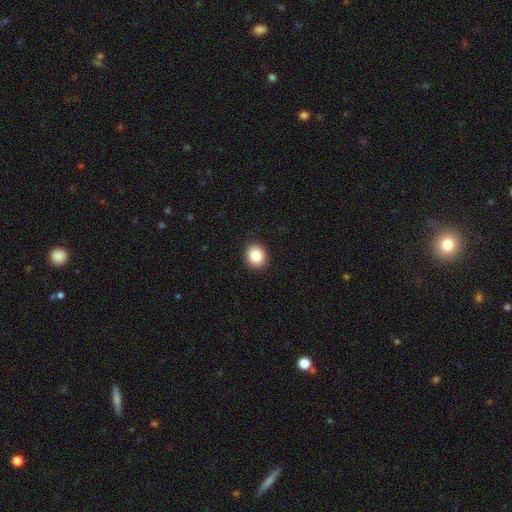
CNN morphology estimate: smooth_or_featured: smooth (p=0.85) [alt: star or artifact p=0.09]
how_rounded: round (p=0.75) [alt: in between p=0.24]
merging: none (p=0.91) [alt: minor disturbance p=0.06]